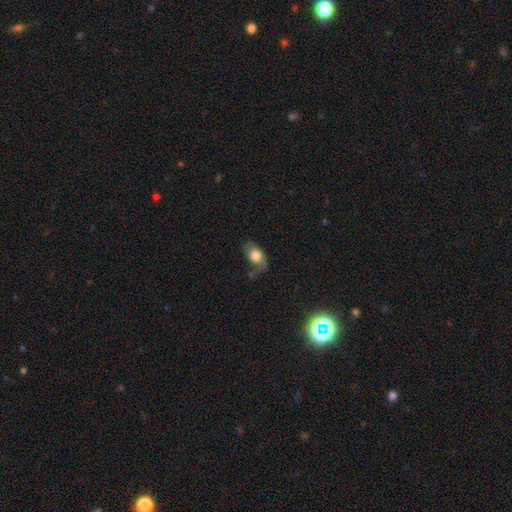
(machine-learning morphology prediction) Smooth or featured? Predicted: smooth (p=0.60). How rounded? Predicted: in between (p=0.83). Merging? Predicted: none (p=0.52).